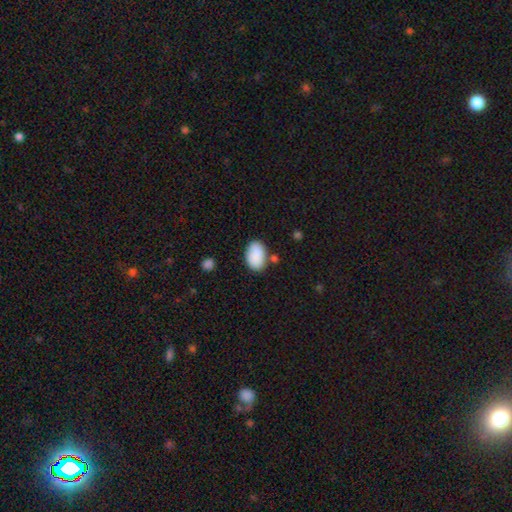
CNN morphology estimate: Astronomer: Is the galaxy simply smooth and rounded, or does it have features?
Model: smooth — 89%.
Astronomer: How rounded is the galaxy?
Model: in between — 92%.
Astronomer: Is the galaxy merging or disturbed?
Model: none — 76%.